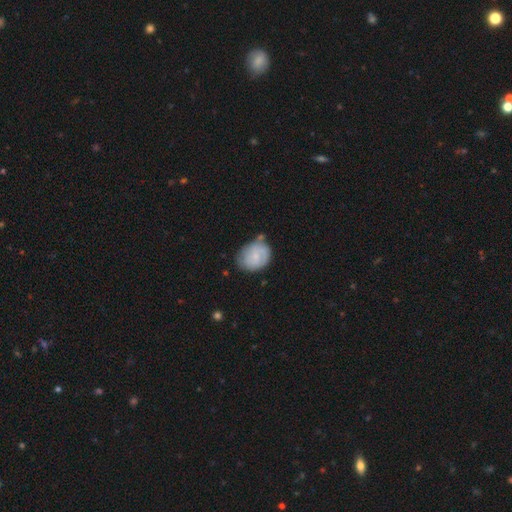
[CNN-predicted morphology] type=smooth (51%); roundness=round (55%); merging=none (53%).